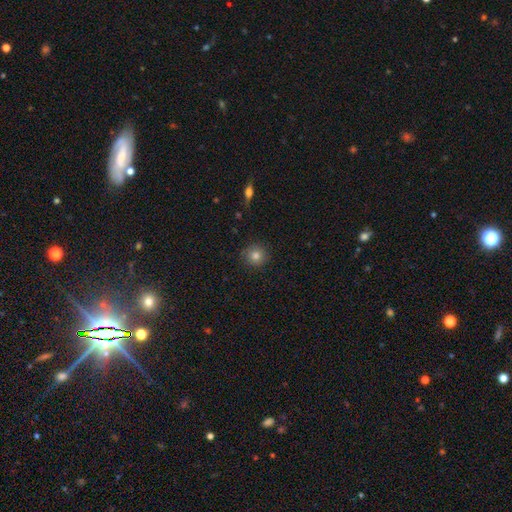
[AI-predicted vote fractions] Smooth or featured: smooth — 80% (star or artifact — 11%)
How rounded: round — 93% (in between — 6%)
Merging: none — 87% (minor disturbance — 9%)